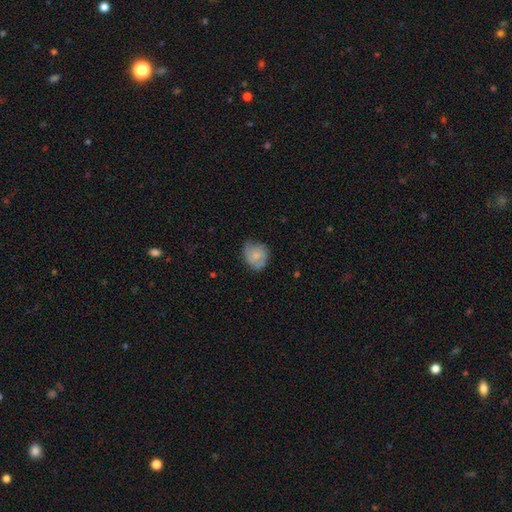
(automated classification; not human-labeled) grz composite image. It shows a featured or disk galaxy (47%). Merging: none (65%).